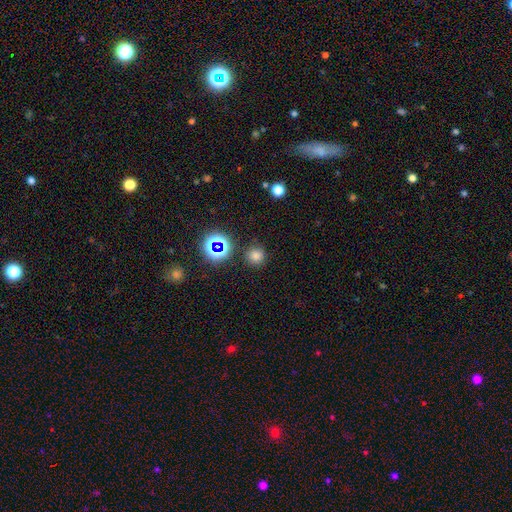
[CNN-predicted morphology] This appears to be a smooth galaxy with no disk features (72%) that is round (93%). Merging: none (86%).